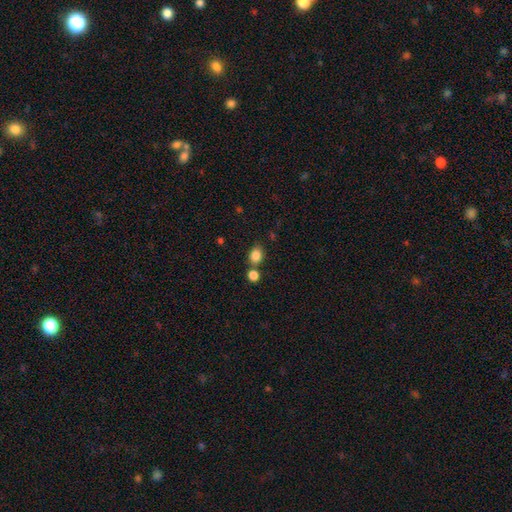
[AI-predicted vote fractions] Morphology: type=smooth (85%); roundness=in between (55%); merging=none (63%).